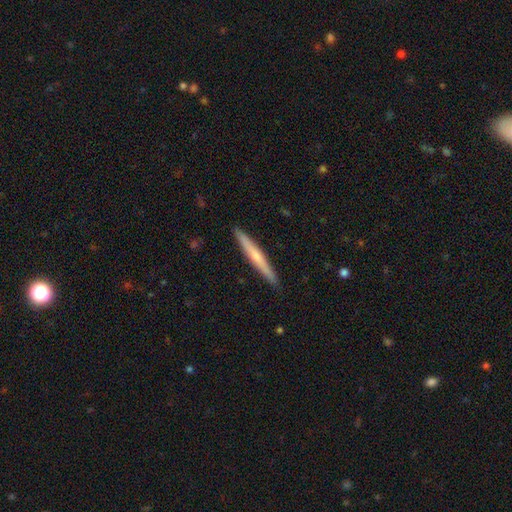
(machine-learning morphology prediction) featured or disk 48%, smooth 47%, star or artifact 5%. Down the decision tree: merging — none (92%).